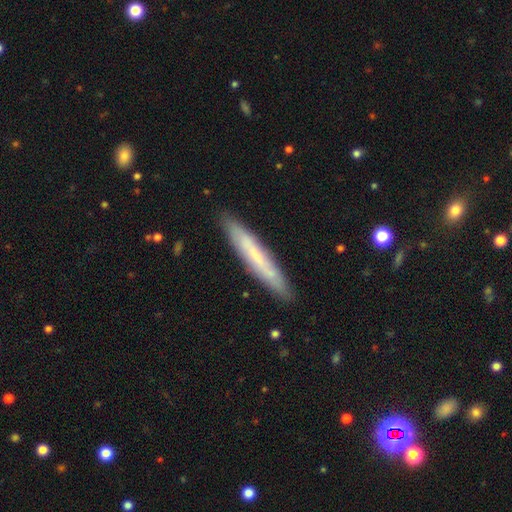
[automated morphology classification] This is possibly a smooth galaxy (56%). How rounded: clearly cigar-shaped (94%). Merging: clearly none (88%).